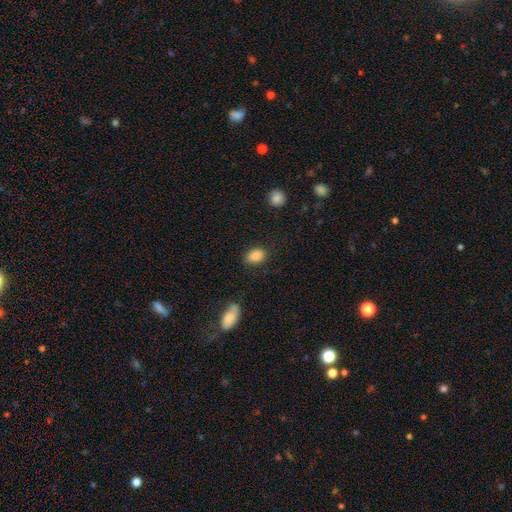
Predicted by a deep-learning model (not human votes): Smooth or featured: smooth — 88% (star or artifact — 8%)
How rounded: in between — 77% (round — 21%)
Merging: none — 81% (minor disturbance — 13%)